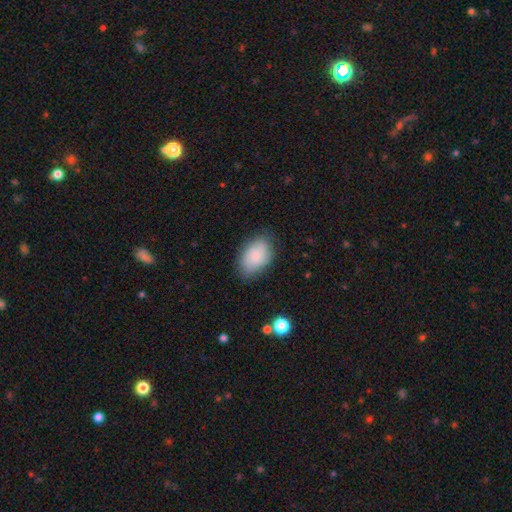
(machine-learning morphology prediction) This is likely a smooth galaxy (78%). How rounded: clearly in between (88%). Merging: likely none (75%).